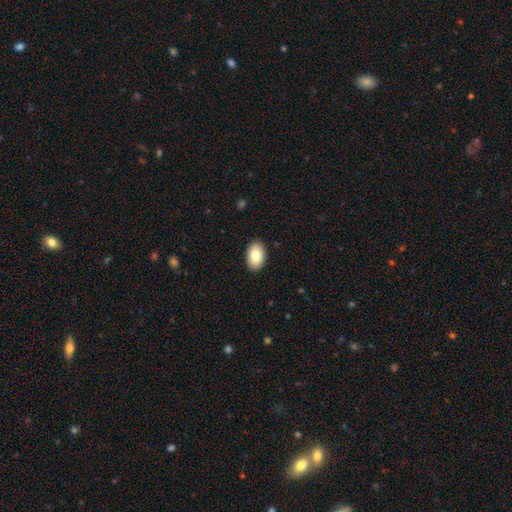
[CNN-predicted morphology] Smooth or featured?
  - smooth: 85% *
  - featured or disk: 8%
  - star or artifact: 6%
How rounded?
  - in between: 92% *
  - round: 7%
  - cigar-shaped: 1%
Merging?
  - none: 90% *
  - minor disturbance: 8%
  - major disturbance: 2%
  - merger: 1%